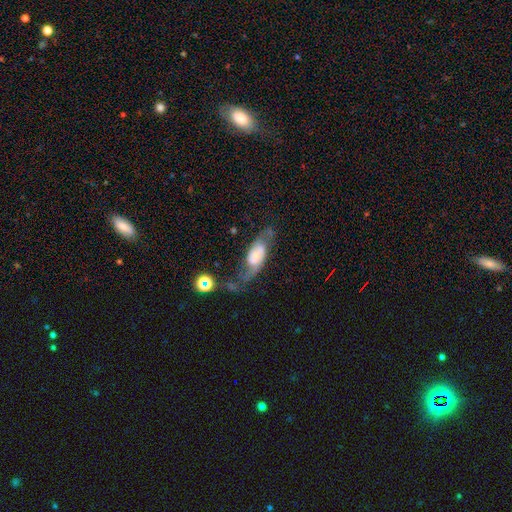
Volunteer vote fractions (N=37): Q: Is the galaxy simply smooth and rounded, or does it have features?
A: featured or disk — 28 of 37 (76%).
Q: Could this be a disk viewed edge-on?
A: no — 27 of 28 (96%).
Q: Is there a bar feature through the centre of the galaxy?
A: no — 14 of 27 (52%).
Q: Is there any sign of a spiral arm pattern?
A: yes — 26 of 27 (96%).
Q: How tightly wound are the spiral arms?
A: medium — 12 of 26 (46%).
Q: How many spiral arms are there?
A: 2 — 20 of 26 (77%).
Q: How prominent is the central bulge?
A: small — 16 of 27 (59%).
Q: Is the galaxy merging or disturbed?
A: none — 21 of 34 (62%).